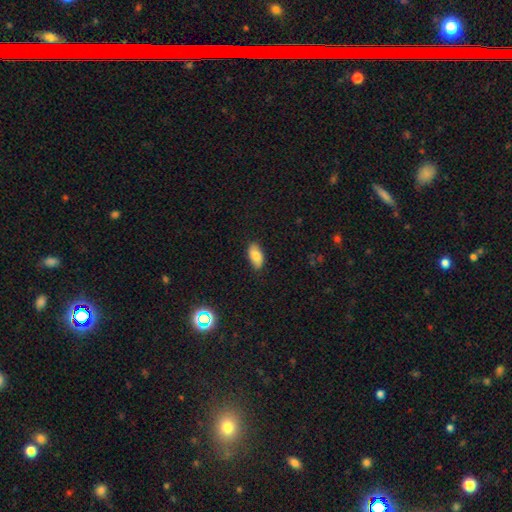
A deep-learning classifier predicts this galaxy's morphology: Smooth or featured? Predicted: smooth (p=0.80). How rounded? Predicted: in between (p=0.92). Merging? Predicted: none (p=0.84).